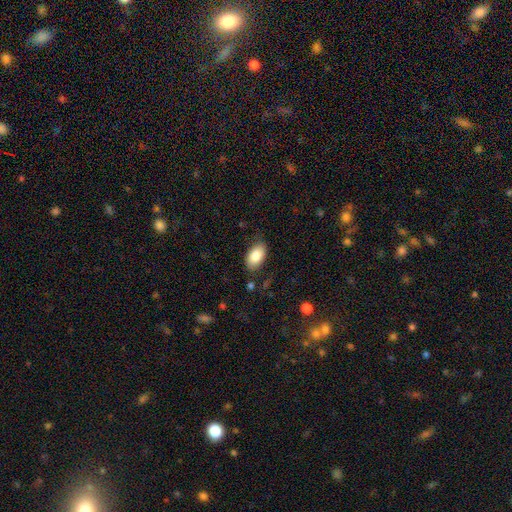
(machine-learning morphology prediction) type=smooth (85%); roundness=in between (94%); merging=none (79%).